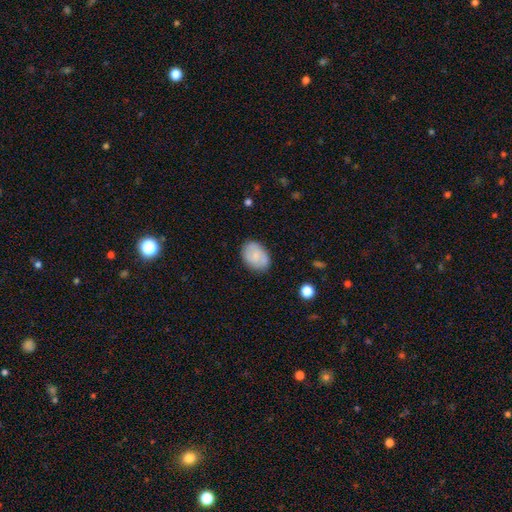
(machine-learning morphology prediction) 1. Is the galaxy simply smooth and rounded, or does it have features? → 67% smooth, 26% featured or disk, 7% star or artifact.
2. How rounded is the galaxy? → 79% in between, 20% round, 1% cigar-shaped.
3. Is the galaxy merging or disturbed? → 80% none, 16% minor disturbance, 3% major disturbance, 1% merger.